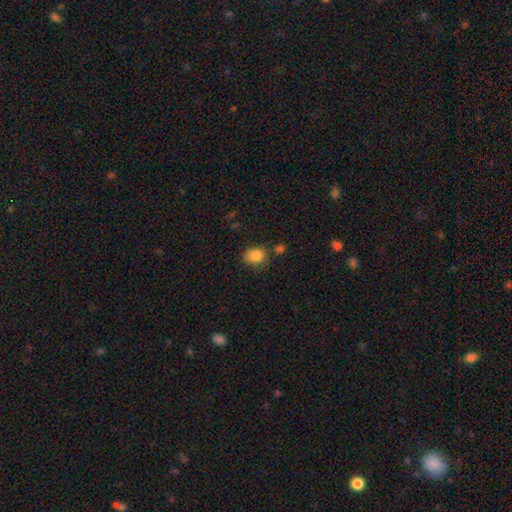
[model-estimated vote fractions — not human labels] smooth-or-featured: smooth: 85% | star or artifact: 9% | featured or disk: 5%
  how-rounded: round: 54% | in between: 45% | cigar-shaped: 1%
  merging: none: 65% | minor disturbance: 21% | merger: 8% | major disturbance: 6%